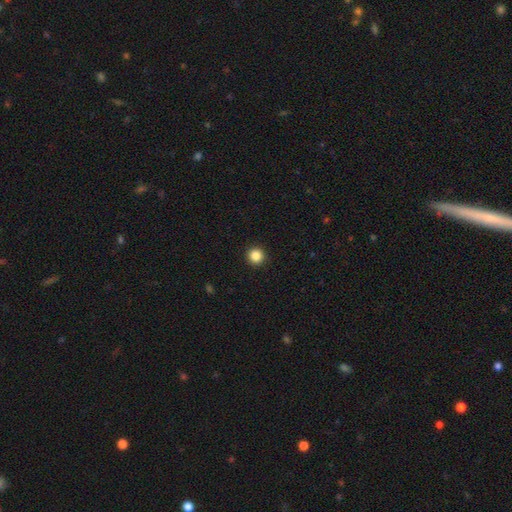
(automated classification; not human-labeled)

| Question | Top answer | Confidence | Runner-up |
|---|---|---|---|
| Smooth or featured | smooth | 85% | star or artifact (11%) |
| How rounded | round | 95% | in between (4%) |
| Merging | none | 94% | minor disturbance (4%) |